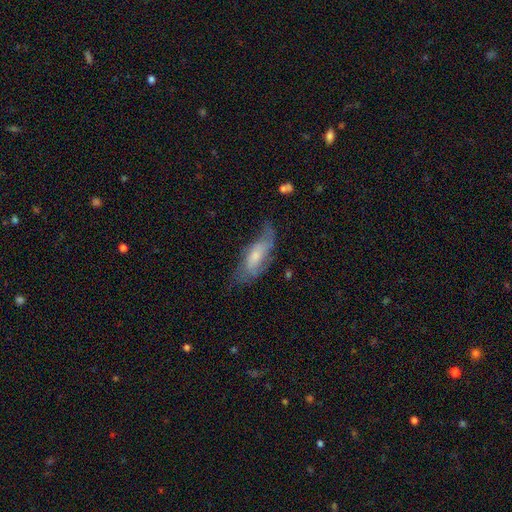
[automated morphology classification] This is possibly a featured or disk galaxy (47%). Merging: marginally none (44%).